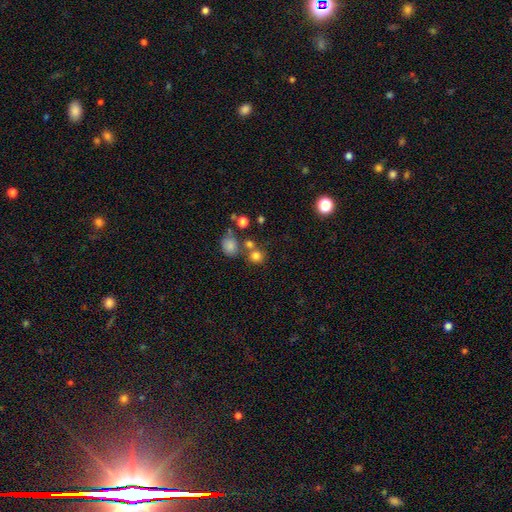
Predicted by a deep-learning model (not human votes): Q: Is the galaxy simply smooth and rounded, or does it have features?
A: smooth — 77%.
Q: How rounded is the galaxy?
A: round — 85%.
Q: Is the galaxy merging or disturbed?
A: none — 59%.